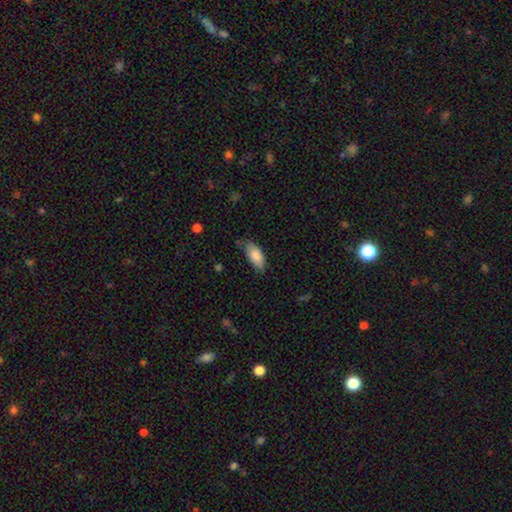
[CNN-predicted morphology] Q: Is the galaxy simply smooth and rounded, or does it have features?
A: smooth — 84%.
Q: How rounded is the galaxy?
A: in between — 89%.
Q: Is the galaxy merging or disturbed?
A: none — 71%.